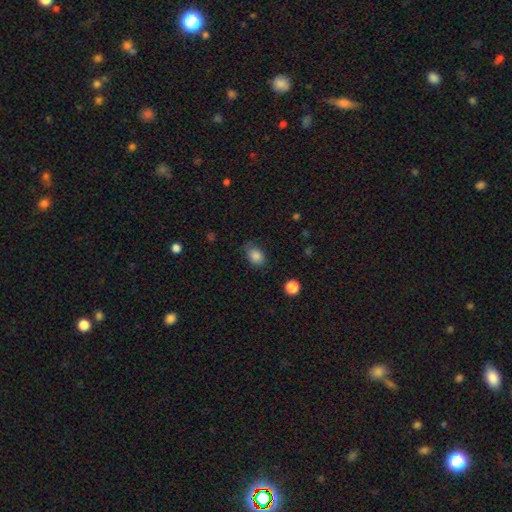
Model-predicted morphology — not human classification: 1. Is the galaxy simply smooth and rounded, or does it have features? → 85% smooth, 10% star or artifact, 5% featured or disk.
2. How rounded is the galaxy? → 68% in between, 31% round, 1% cigar-shaped.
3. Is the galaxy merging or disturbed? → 72% none, 21% minor disturbance, 6% major disturbance, 1% merger.